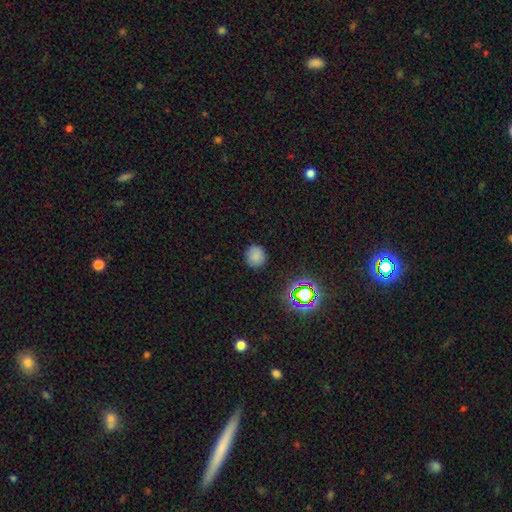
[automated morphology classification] smooth 78%, star or artifact 17%, featured or disk 5%. Down the decision tree: how rounded — round (92%); merging — none (88%).